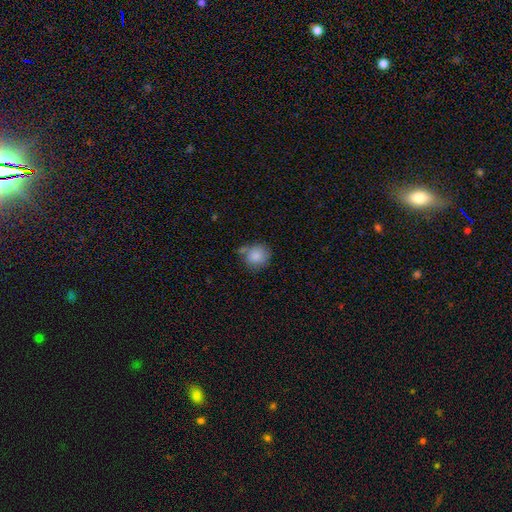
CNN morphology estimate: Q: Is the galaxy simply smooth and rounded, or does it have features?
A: smooth — 86%.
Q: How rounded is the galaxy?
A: round — 83%.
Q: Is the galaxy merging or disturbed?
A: none — 63%.